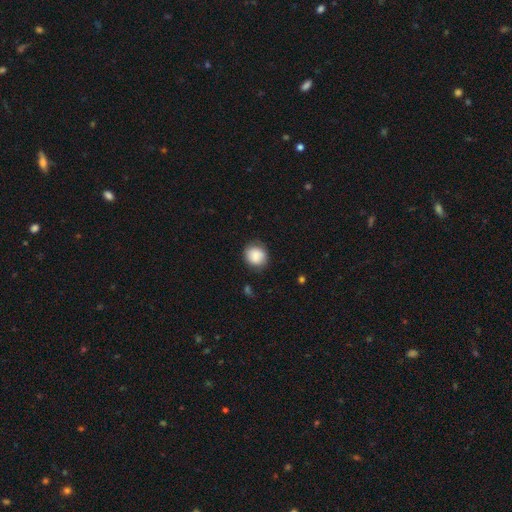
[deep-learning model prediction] This is clearly a smooth galaxy (85%). How rounded: clearly round (81%). Merging: clearly none (81%).